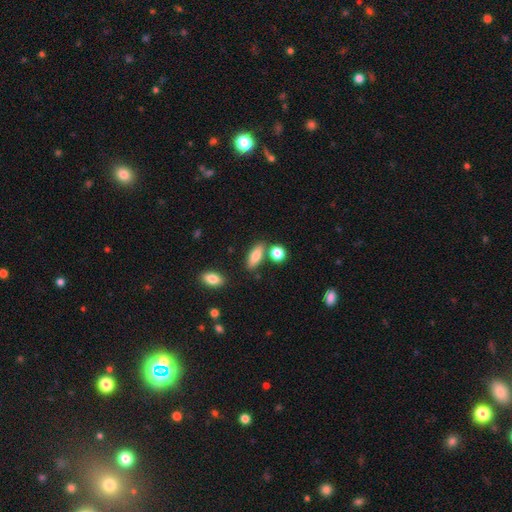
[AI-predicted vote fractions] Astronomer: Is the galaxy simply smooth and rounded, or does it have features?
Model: smooth — 79%.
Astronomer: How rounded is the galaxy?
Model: in between — 71%.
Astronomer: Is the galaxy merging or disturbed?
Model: none — 74%.